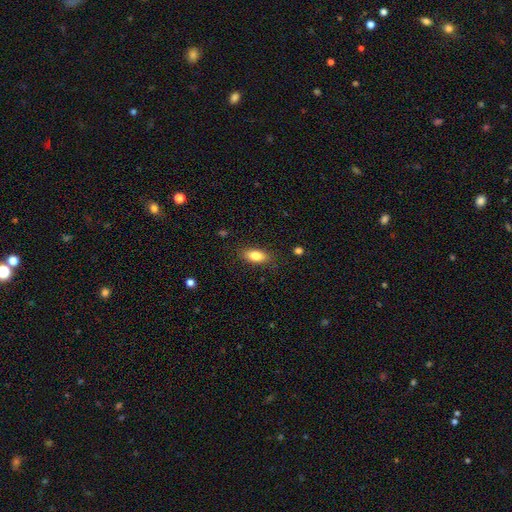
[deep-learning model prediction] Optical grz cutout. It shows a smooth galaxy with no disk features (81%) that is in between round and cigar-shaped (85%). Merging: none (84%).